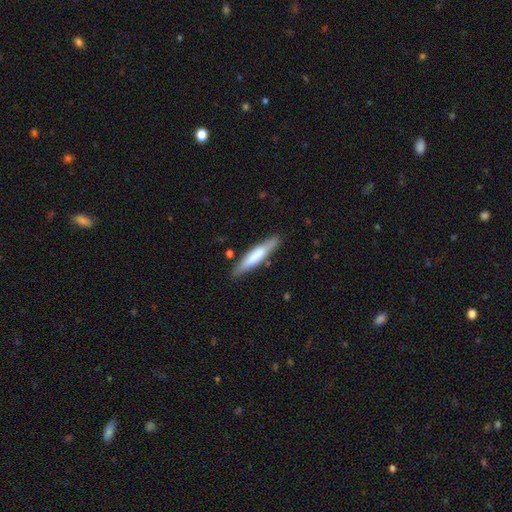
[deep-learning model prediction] This appears to be a smooth galaxy with no disk features (64%) that is cigar-shaped (86%). Merging: none (84%).